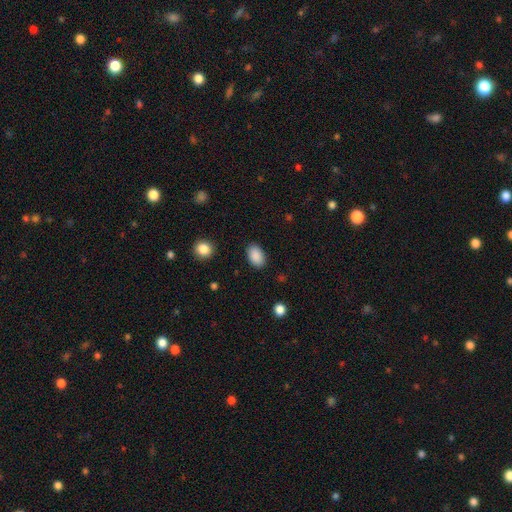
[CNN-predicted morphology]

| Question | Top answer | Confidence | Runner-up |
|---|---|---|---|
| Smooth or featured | smooth | 89% | star or artifact (8%) |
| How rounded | in between | 87% | round (12%) |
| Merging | none | 87% | minor disturbance (9%) |